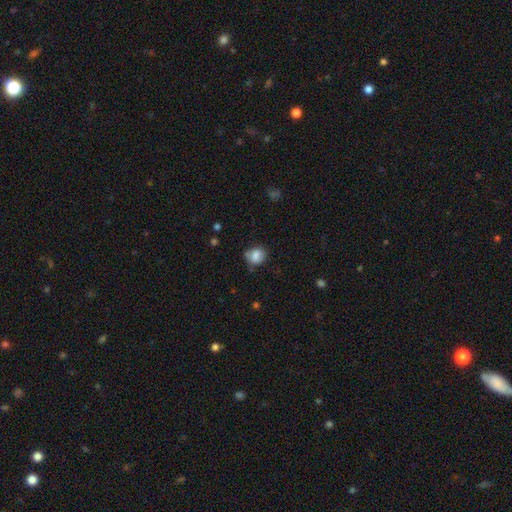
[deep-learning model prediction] Smooth or featured: smooth — 78% (featured or disk — 12%)
How rounded: round — 67% (in between — 32%)
Merging: none — 61% (minor disturbance — 25%)